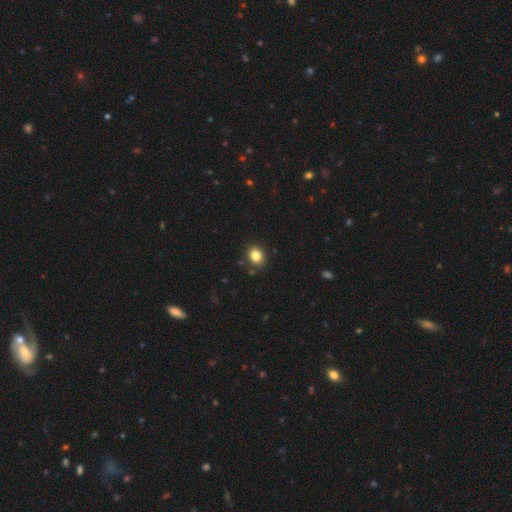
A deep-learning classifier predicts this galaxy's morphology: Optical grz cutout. It shows a smooth galaxy with no disk features (84%) that is round (64%). Merging: none (88%).